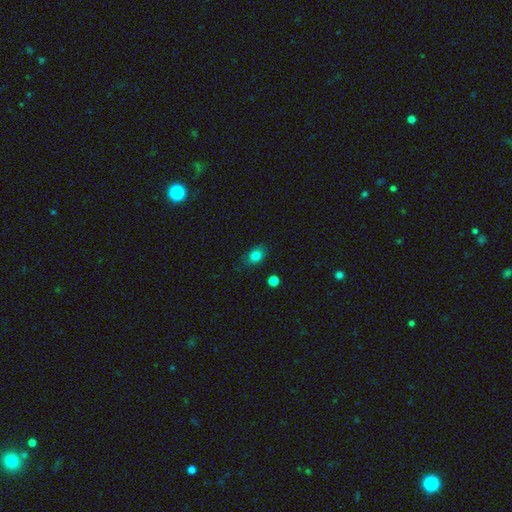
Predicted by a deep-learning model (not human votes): Q: Smooth or featured?
A: smooth (81%); runner-up: star or artifact (11%)
Q: How rounded?
A: in between (71%); runner-up: round (27%)
Q: Merging?
A: none (78%); runner-up: minor disturbance (17%)